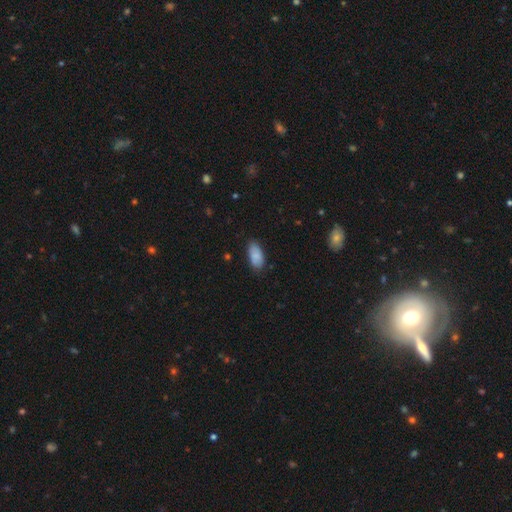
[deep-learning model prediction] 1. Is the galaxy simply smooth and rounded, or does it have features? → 88% smooth, 6% star or artifact, 5% featured or disk.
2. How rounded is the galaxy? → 93% in between, 5% cigar-shaped, 2% round.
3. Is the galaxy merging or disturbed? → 79% none, 17% minor disturbance, 3% major disturbance, 1% merger.